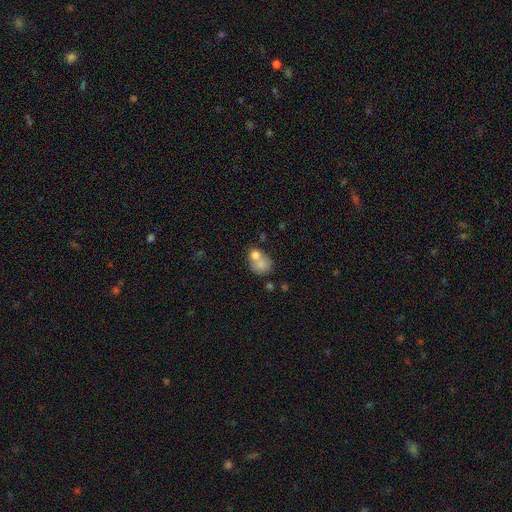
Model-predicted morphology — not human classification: Smooth or featured: smooth — 75% (featured or disk — 15%)
How rounded: round — 60% (in between — 39%)
Merging: merger — 52% (none — 31%)